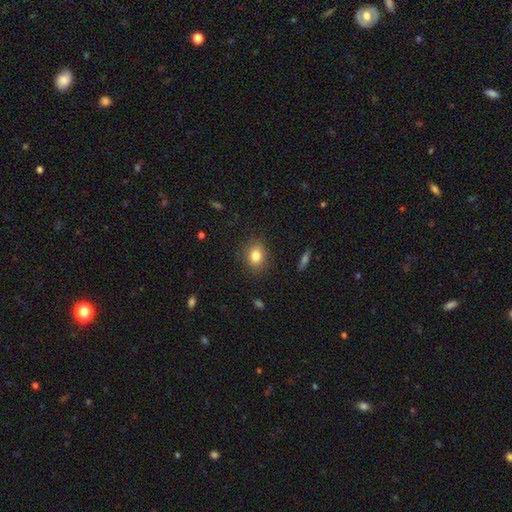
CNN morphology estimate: Smooth or featured? Predicted: smooth (p=0.81). How rounded? Predicted: round (p=0.51). Merging? Predicted: none (p=0.87).